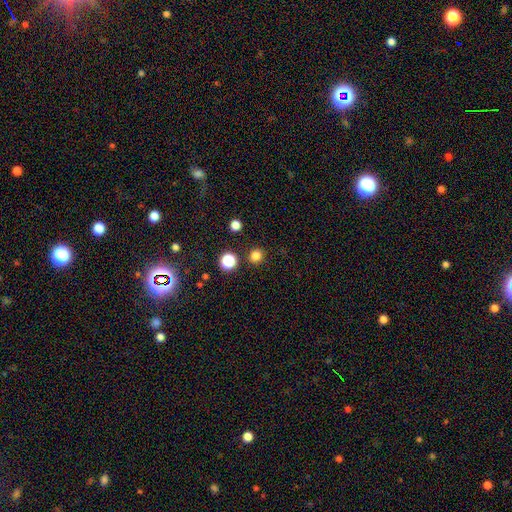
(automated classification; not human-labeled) Smooth or featured? smooth (81%)
How rounded? round (88%)
Merging? none (88%)